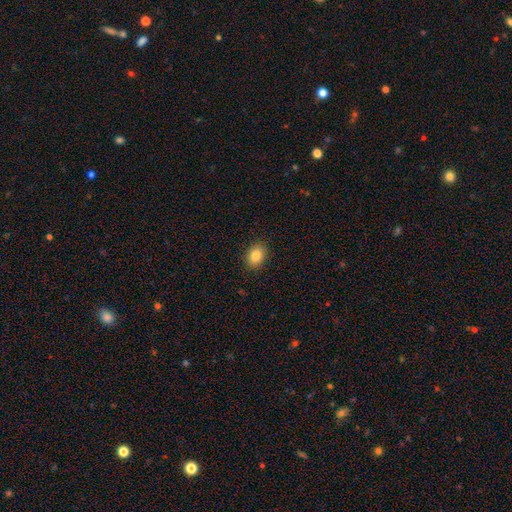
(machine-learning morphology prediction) Smooth or featured: smooth — 84% (star or artifact — 9%)
How rounded: in between — 58% (round — 41%)
Merging: none — 89% (minor disturbance — 8%)